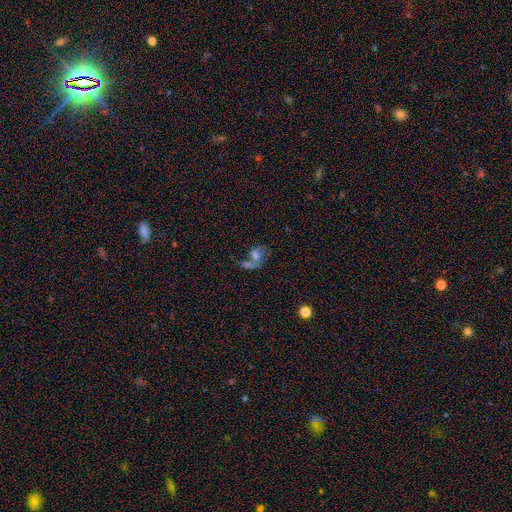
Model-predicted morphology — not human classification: Q: Smooth or featured?
A: smooth (51%); runner-up: featured or disk (31%)
Q: How rounded?
A: in between (66%); runner-up: round (30%)
Q: Merging?
A: merger (51%); runner-up: none (23%)